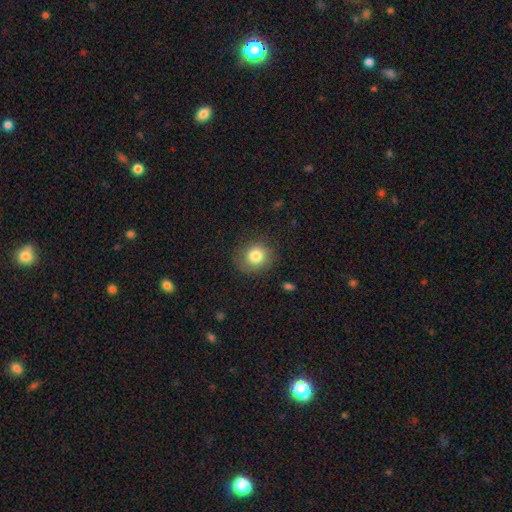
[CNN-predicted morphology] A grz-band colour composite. It shows a smooth galaxy with no disk features (82%) that is round (84%). Merging: none (83%).